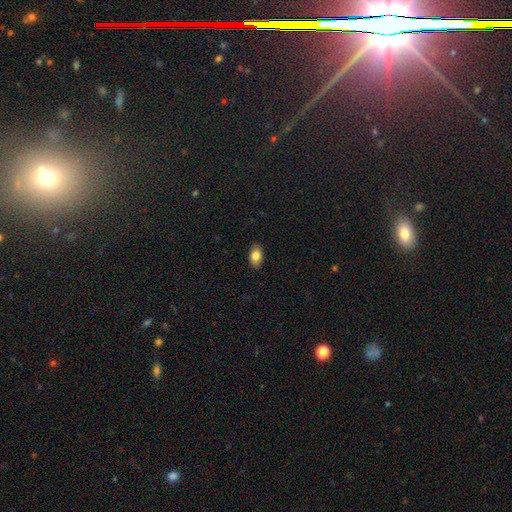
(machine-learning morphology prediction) Smooth or featured?
  - smooth: 82% *
  - featured or disk: 10%
  - star or artifact: 8%
How rounded?
  - in between: 90% *
  - round: 7%
  - cigar-shaped: 2%
Merging?
  - none: 88% *
  - minor disturbance: 9%
  - major disturbance: 2%
  - merger: 1%